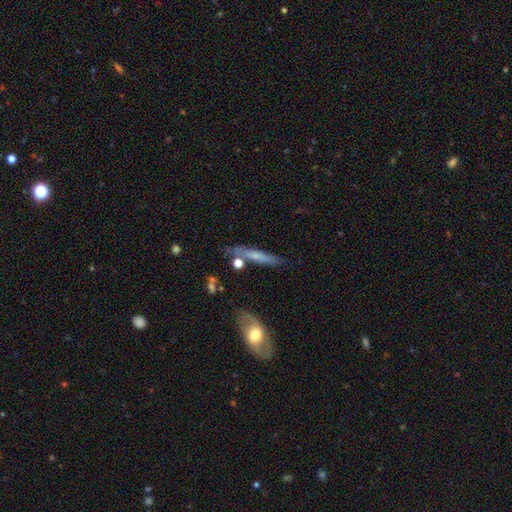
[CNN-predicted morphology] Smooth or featured? smooth (52%)
How rounded? cigar-shaped (88%)
Merging? none (73%)